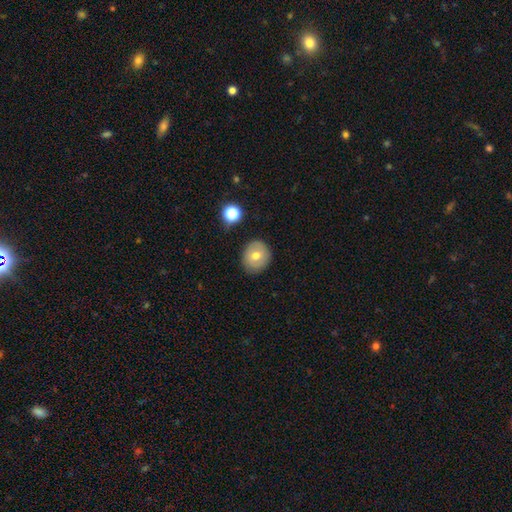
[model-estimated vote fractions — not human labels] A smooth galaxy with no disk features (66%) that is round (80%).

Vote fractions:
- Smooth or featured? smooth: 66% / featured or disk: 24% / star or artifact: 10%
- How rounded? round: 80% / in between: 19% / cigar-shaped: 1%
- Merging? none: 85% / minor disturbance: 11% / major disturbance: 3% / merger: 2%